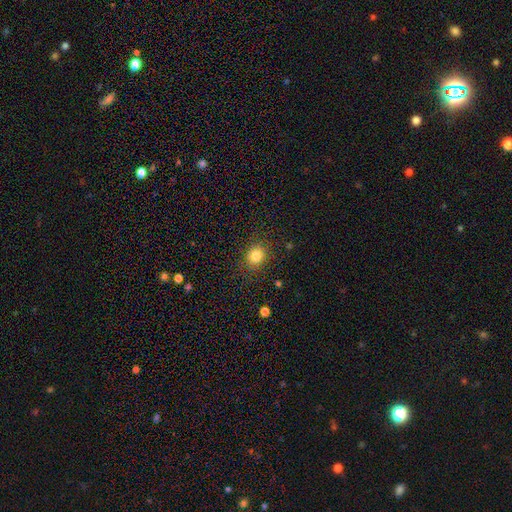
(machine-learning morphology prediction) A smooth galaxy with no disk features (82%) that is round (67%). Merging: none (86%).